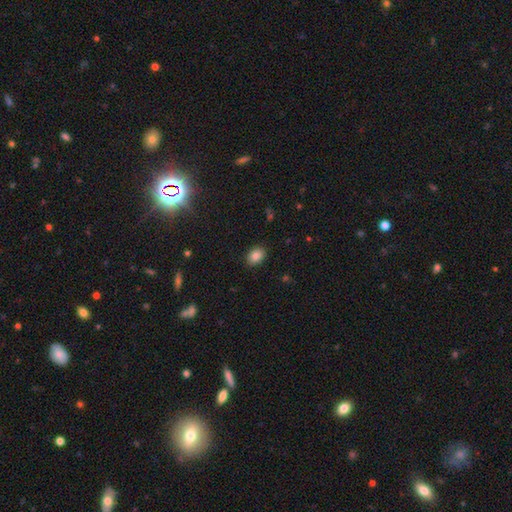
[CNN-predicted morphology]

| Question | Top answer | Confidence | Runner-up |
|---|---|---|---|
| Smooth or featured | smooth | 86% | star or artifact (9%) |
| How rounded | in between | 76% | round (23%) |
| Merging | none | 89% | minor disturbance (8%) |